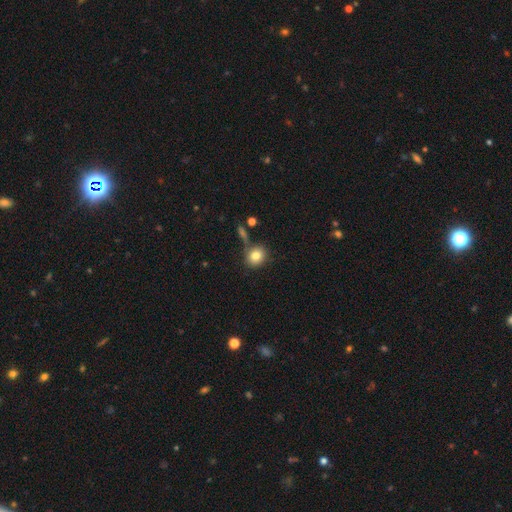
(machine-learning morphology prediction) type=smooth (81%); roundness=round (73%); merging=none (70%).